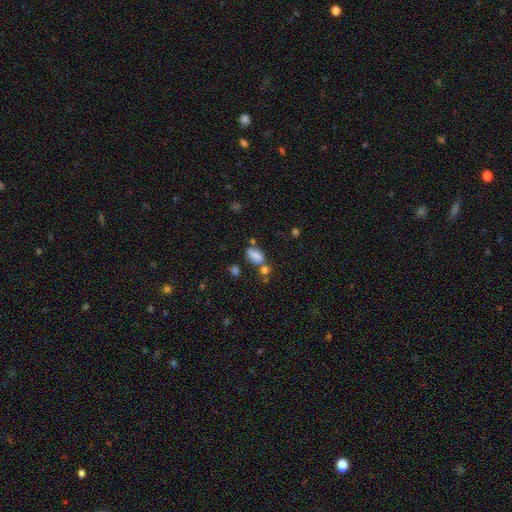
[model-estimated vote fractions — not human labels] Morphology: type=smooth (76%); roundness=in between (87%); merging=none (47%).